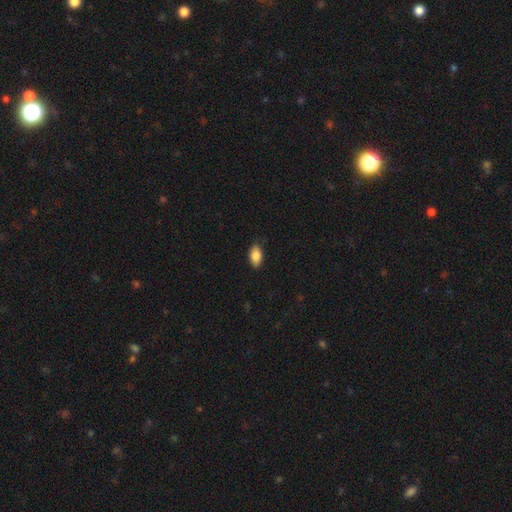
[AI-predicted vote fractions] Smooth or featured: smooth — 86% (star or artifact — 7%)
How rounded: in between — 92% (round — 5%)
Merging: none — 84% (minor disturbance — 13%)